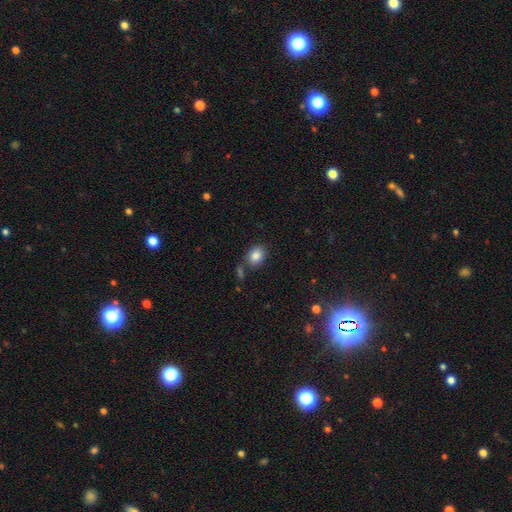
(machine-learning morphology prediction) Overall: smooth (85%). How rounded: in between (57%; round 42%). Merging: none (74%).